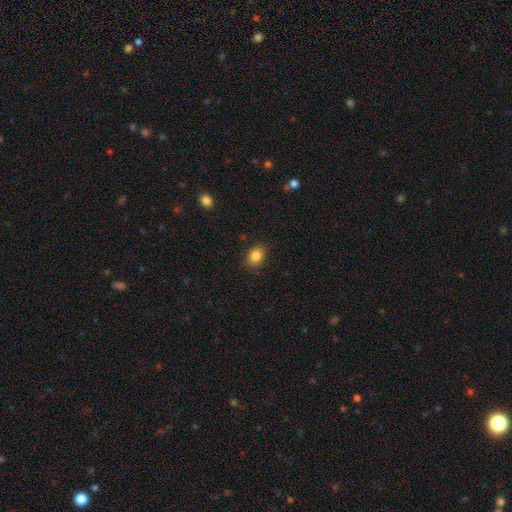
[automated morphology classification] Smooth or featured?
  - smooth: 85% *
  - star or artifact: 10%
  - featured or disk: 5%
How rounded?
  - in between: 62% *
  - round: 37%
  - cigar-shaped: 1%
Merging?
  - none: 85% *
  - minor disturbance: 11%
  - major disturbance: 2%
  - merger: 1%